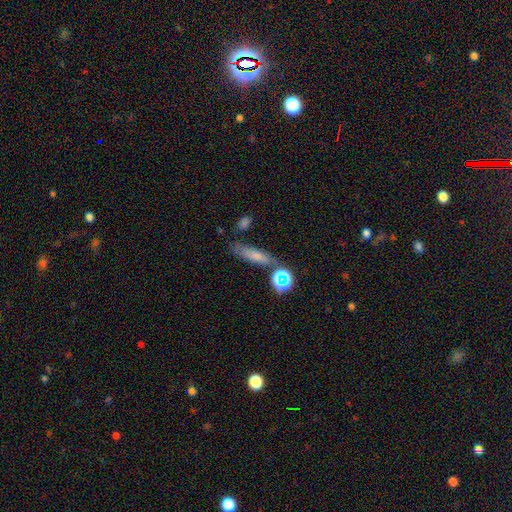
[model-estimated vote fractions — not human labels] A smooth galaxy with no disk features (67%) that is cigar-shaped (59%). Merging: none (62%).